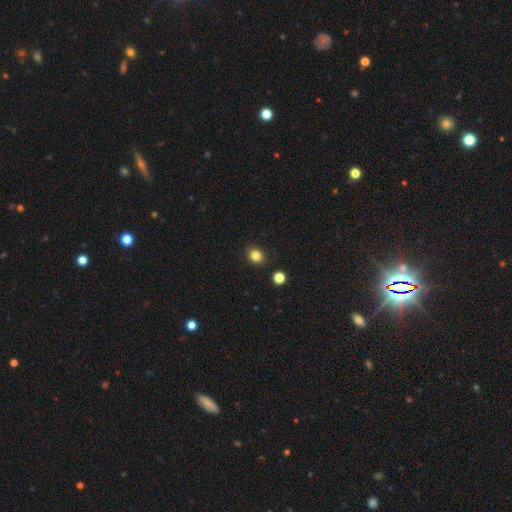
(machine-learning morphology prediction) smooth-or-featured: smooth: 83% | star or artifact: 12% | featured or disk: 5%
  how-rounded: round: 62% | in between: 37% | cigar-shaped: 1%
  merging: none: 89% | minor disturbance: 7% | merger: 2% | major disturbance: 2%